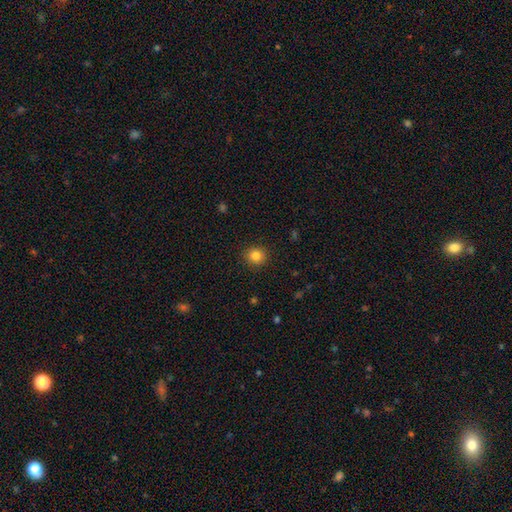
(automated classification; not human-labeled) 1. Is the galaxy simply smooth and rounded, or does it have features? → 82% smooth, 12% star or artifact, 6% featured or disk.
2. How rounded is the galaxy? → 89% round, 10% in between, 1% cigar-shaped.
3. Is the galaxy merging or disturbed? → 91% none, 6% minor disturbance, 2% major disturbance, 1% merger.